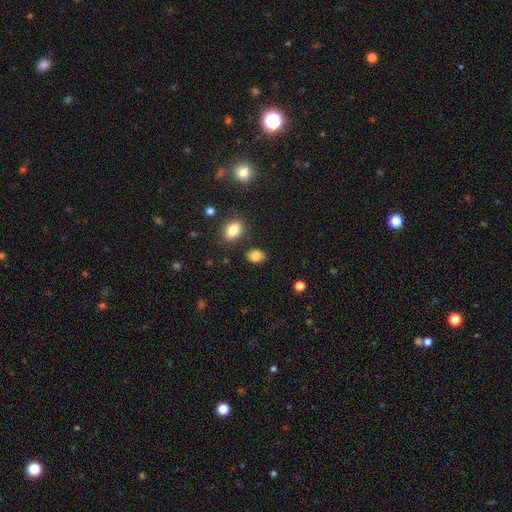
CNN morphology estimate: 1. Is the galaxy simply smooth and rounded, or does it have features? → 85% smooth, 10% star or artifact, 6% featured or disk.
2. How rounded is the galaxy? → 70% in between, 29% round, 1% cigar-shaped.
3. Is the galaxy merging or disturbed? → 82% none, 11% minor disturbance, 4% merger, 3% major disturbance.